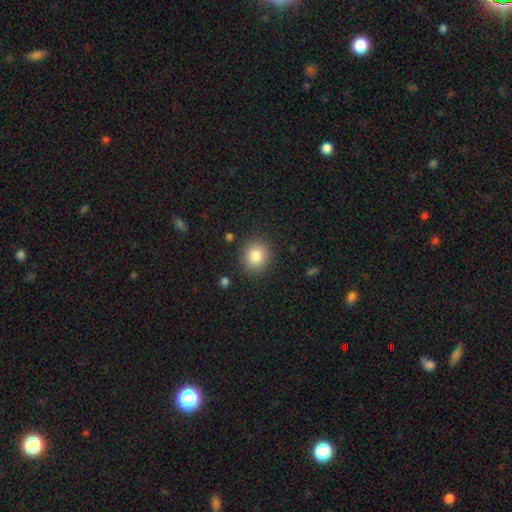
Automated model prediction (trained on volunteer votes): Q: Smooth or featured?
A: smooth (85%); runner-up: star or artifact (9%)
Q: How rounded?
A: round (79%); runner-up: in between (20%)
Q: Merging?
A: none (87%); runner-up: minor disturbance (8%)